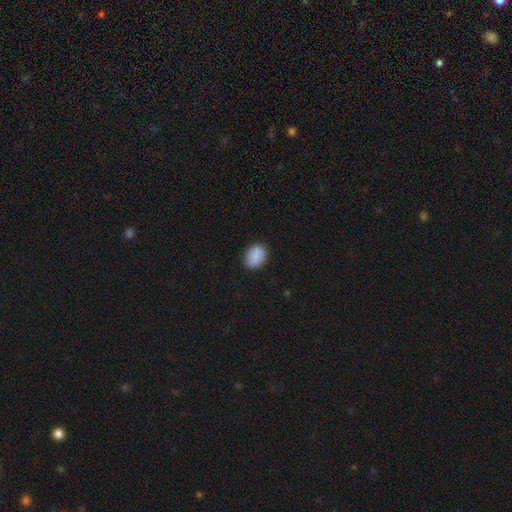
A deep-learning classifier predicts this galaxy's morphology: A smooth galaxy with no disk features (87%) that is in between round and cigar-shaped (69%). Merging: none (85%).